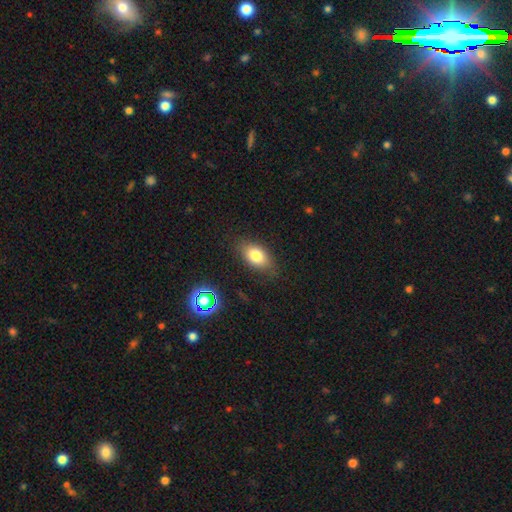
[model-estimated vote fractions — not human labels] smooth_or_featured: smooth (p=0.78) [alt: featured or disk p=0.12]
how_rounded: in between (p=0.86) [alt: round p=0.11]
merging: none (p=0.81) [alt: minor disturbance p=0.14]